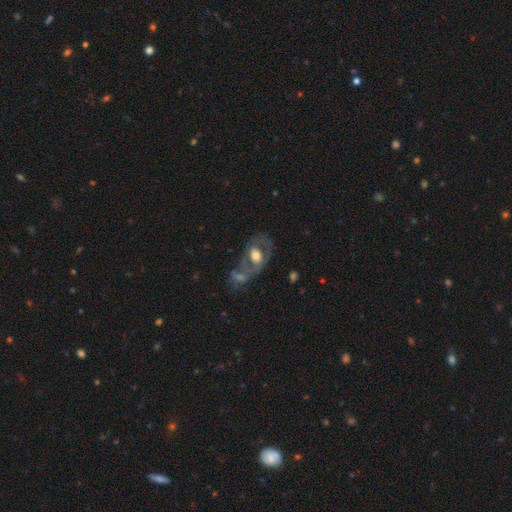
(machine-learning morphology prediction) Smooth or featured? Predicted: featured or disk (p=0.55). Edge-on disk? Predicted: no (p=0.93). Bar? Predicted: no (p=0.67). Spiral arms? Predicted: no (p=0.62). Bulge size? Predicted: moderate (p=0.54). Merging? Predicted: none (p=0.41).